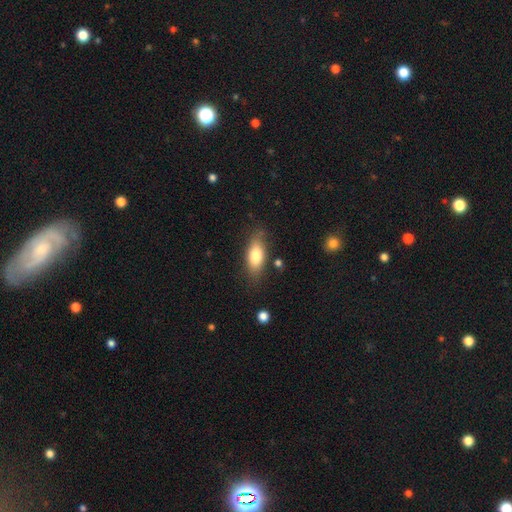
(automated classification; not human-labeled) Smooth or featured? Predicted: smooth (p=0.76). How rounded? Predicted: in between (p=0.81). Merging? Predicted: none (p=0.75).